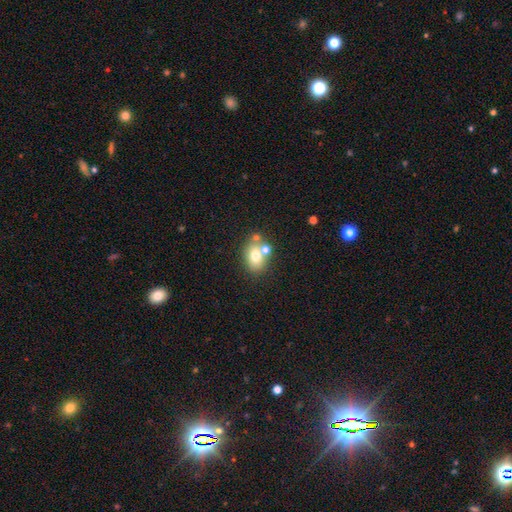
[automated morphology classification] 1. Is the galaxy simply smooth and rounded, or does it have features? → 71% smooth, 17% featured or disk, 11% star or artifact.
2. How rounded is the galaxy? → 65% in between, 34% round, 1% cigar-shaped.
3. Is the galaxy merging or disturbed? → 58% none, 27% merger, 12% minor disturbance, 4% major disturbance.